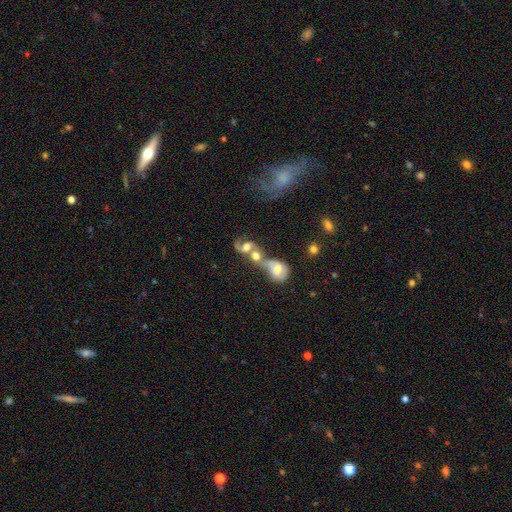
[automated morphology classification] Smooth or featured?
  - featured or disk: 57% *
  - smooth: 32%
  - star or artifact: 11%
Edge-on disk?
  - no: 95% *
  - yes: 5%
Bar?
  - no: 60% *
  - weak: 31%
  - strong: 9%
Spiral arms?
  - yes: 80% *
  - no: 20%
Bulge size?
  - moderate: 58% *
  - large: 21%
  - small: 14%
  - none: 4%
  - dominant: 3%
Merging?
  - merger: 74% *
  - none: 13%
  - major disturbance: 7%
  - minor disturbance: 6%